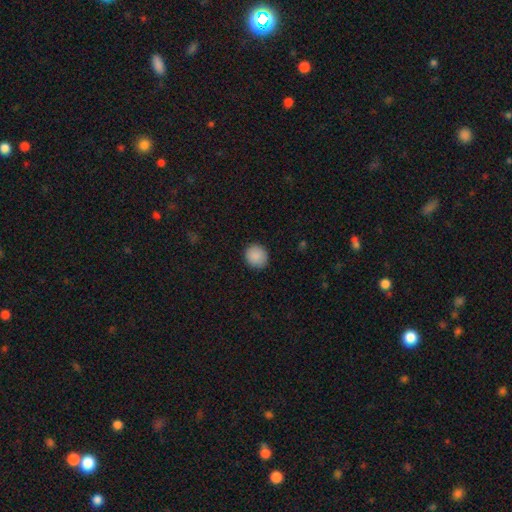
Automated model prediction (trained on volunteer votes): smooth_or_featured: smooth (p=0.89) [alt: star or artifact p=0.08]
how_rounded: round (p=0.90) [alt: in between p=0.09]
merging: none (p=0.90) [alt: minor disturbance p=0.07]